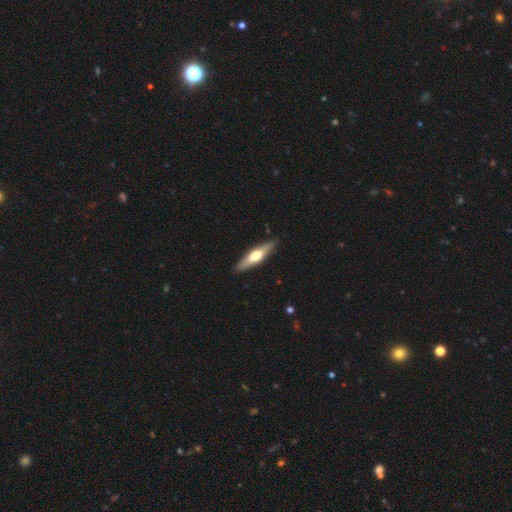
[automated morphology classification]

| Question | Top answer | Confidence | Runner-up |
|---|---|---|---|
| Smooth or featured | featured or disk | 53% | smooth (42%) |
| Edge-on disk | yes | 93% | no (7%) |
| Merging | none | 89% | minor disturbance (8%) |